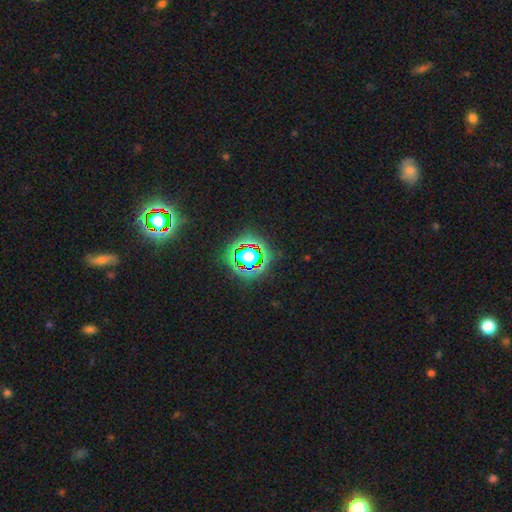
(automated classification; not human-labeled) smooth_or_featured: star or artifact (p=0.79) [alt: smooth p=0.13]